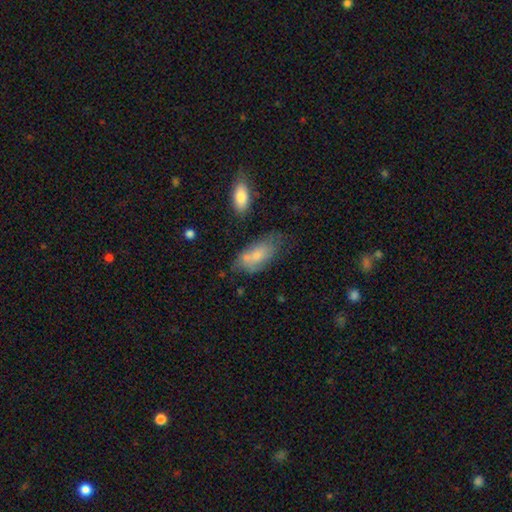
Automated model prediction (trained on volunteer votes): smooth-or-featured: smooth: 70% | featured or disk: 23% | star or artifact: 7%
  how-rounded: in between: 89% | cigar-shaped: 8% | round: 3%
  merging: none: 48% | minor disturbance: 28% | merger: 13% | major disturbance: 11%